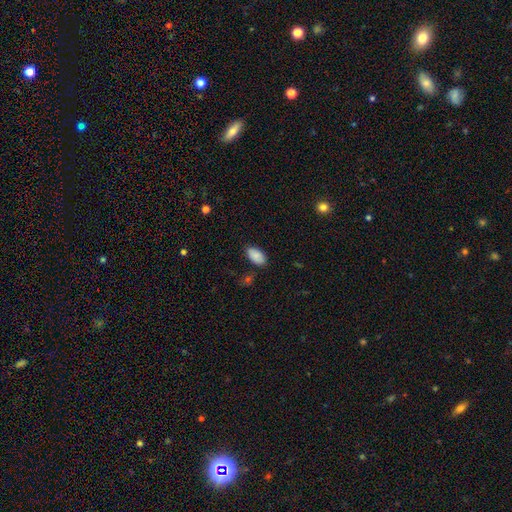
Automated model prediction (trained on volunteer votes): The model was most divided on "merging": none: 80%, minor disturbance: 14%, major disturbance: 3%, merger: 2%. More confident: how rounded — in between (95%); smooth or featured — smooth (87%).